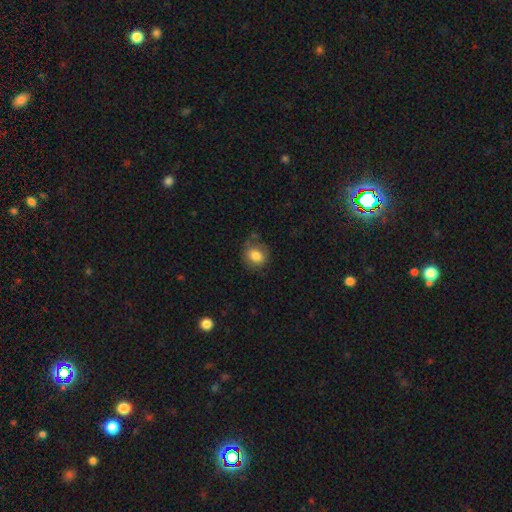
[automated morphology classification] This is clearly a smooth galaxy (81%). How rounded: likely round (62%). Merging: likely none (66%).